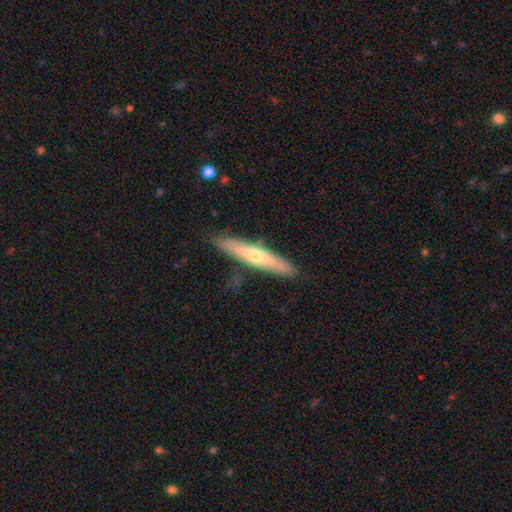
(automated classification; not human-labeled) A featured or disk galaxy (49%).

Vote fractions:
- Smooth or featured? featured or disk: 49% / smooth: 45% / star or artifact: 6%
- Merging? none: 86% / minor disturbance: 11% / major disturbance: 2% / merger: 2%